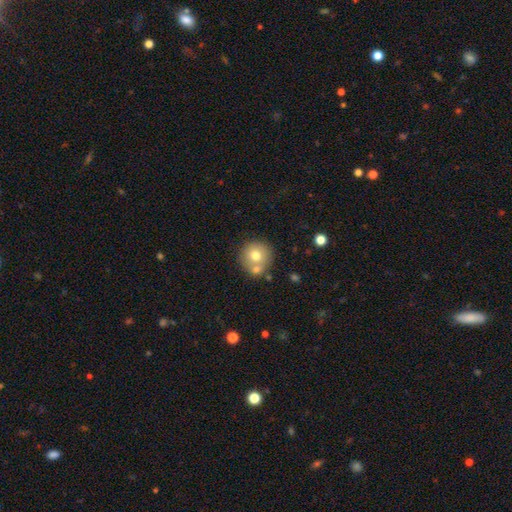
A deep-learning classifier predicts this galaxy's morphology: This appears to be a smooth galaxy with no disk features (72%) that is round (93%). Merging: none (62%).